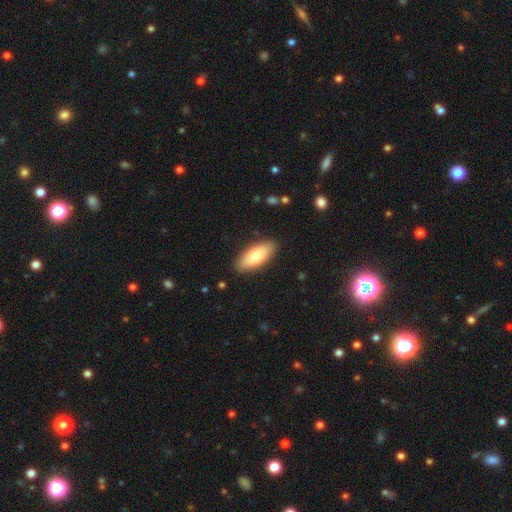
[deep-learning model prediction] Smooth or featured? smooth (77%)
How rounded? in between (84%)
Merging? none (88%)